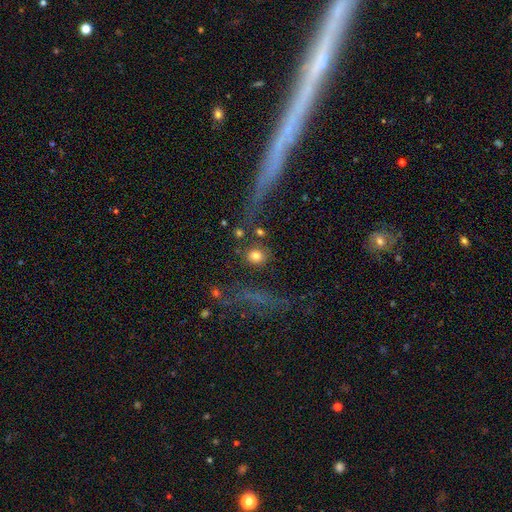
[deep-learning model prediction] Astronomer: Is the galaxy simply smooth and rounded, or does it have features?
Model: smooth — 78%.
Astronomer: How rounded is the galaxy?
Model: round — 81%.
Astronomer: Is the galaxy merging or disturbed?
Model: none — 75%.